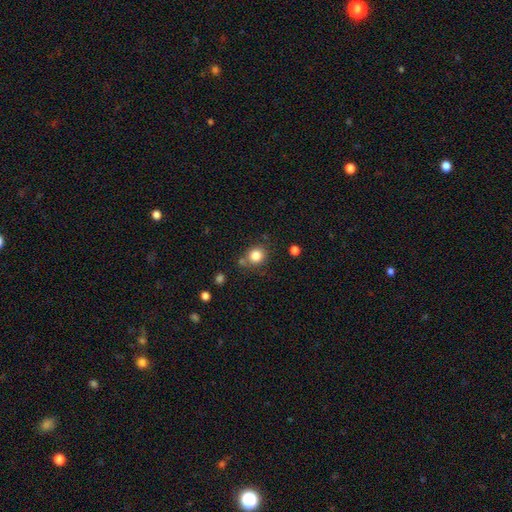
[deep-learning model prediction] smooth_or_featured: smooth (p=0.83) [alt: star or artifact p=0.11]
how_rounded: round (p=0.79) [alt: in between p=0.20]
merging: none (p=0.71) [alt: minor disturbance p=0.14]